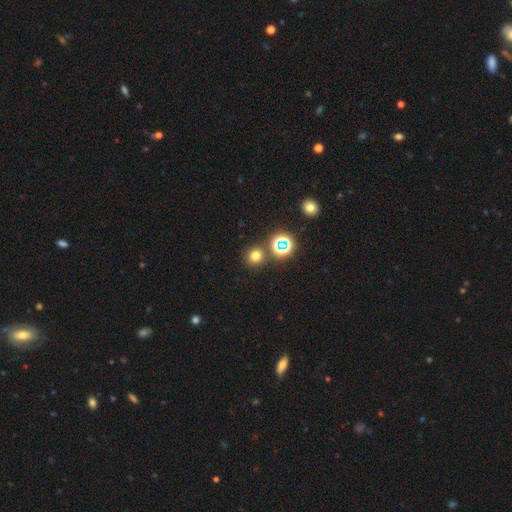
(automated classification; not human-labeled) smooth_or_featured: smooth (p=0.69) [alt: star or artifact p=0.24]
how_rounded: round (p=0.90) [alt: in between p=0.09]
merging: none (p=0.82) [alt: merger p=0.09]